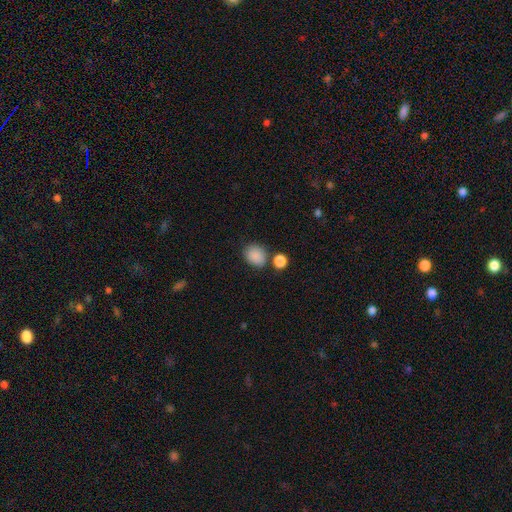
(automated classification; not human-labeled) This is clearly a smooth galaxy (87%). How rounded: possibly in between (50%). Merging: likely none (72%).